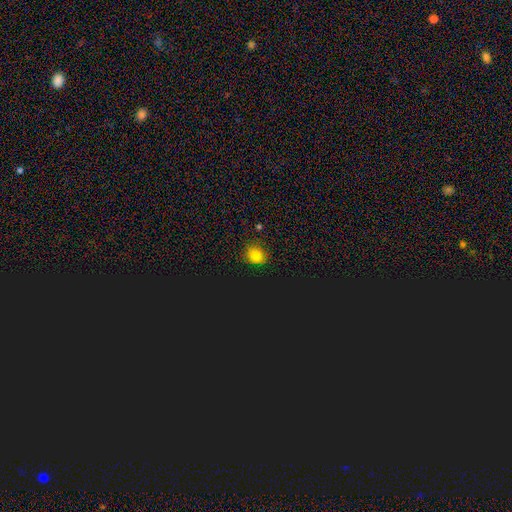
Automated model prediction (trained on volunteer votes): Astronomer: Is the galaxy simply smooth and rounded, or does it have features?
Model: smooth — 71%.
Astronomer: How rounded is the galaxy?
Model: round — 66%.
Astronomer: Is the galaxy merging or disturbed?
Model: none — 81%.